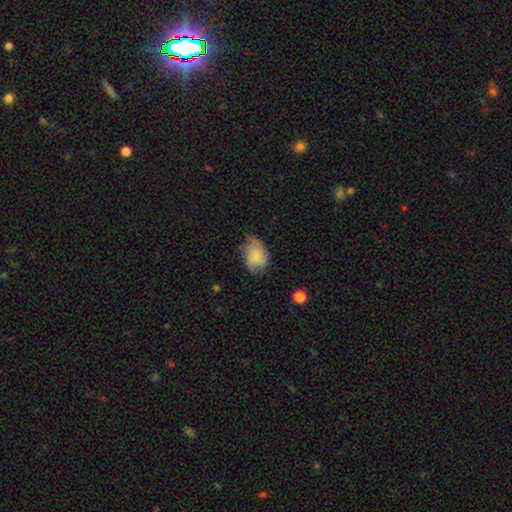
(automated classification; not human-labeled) Smooth or featured? Predicted: smooth (p=0.60). How rounded? Predicted: in between (p=0.77). Merging? Predicted: none (p=0.46).